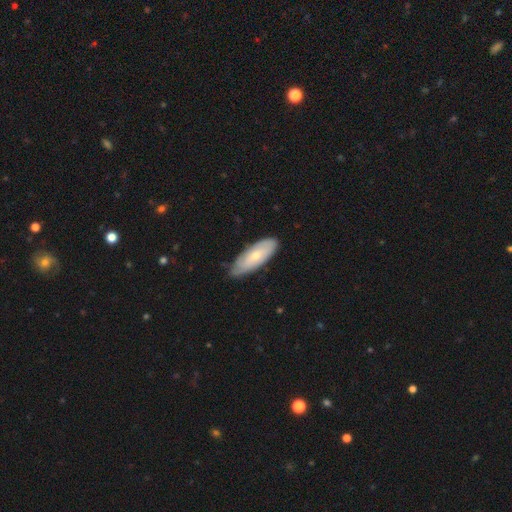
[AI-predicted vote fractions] smooth-or-featured: smooth: 59% | featured or disk: 35% | star or artifact: 6%
  how-rounded: in between: 71% | cigar-shaped: 27% | round: 2%
  merging: none: 70% | minor disturbance: 25% | major disturbance: 3% | merger: 1%